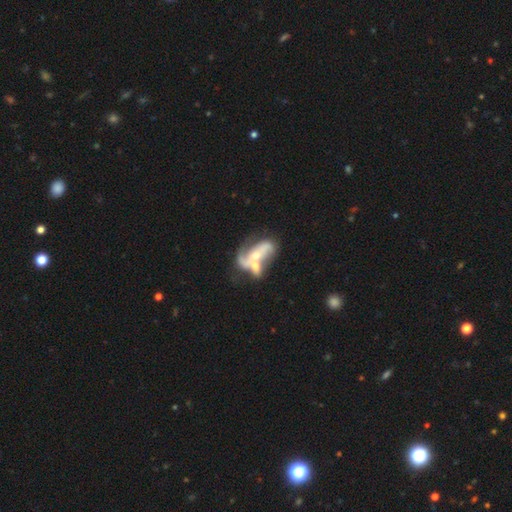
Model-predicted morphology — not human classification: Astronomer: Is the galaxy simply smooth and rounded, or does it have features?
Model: featured or disk — 69%.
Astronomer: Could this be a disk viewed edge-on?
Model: no — 95%.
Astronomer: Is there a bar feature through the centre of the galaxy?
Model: no — 62%.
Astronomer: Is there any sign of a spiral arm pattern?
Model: yes — 65%.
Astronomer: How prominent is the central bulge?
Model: moderate — 47% (runner-up: small, 40%).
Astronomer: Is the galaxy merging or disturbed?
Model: merger — 58%.